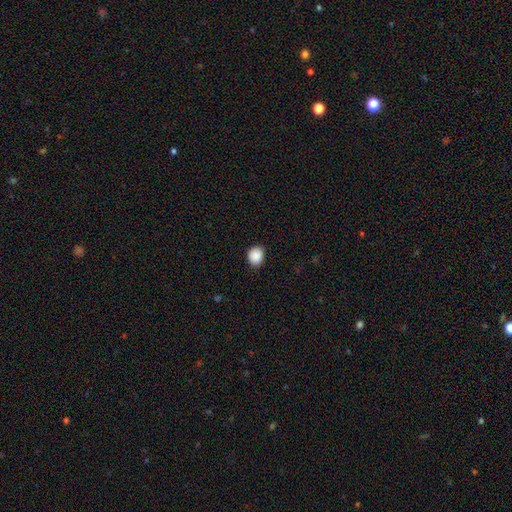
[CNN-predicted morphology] Smooth or featured? Predicted: smooth (p=0.89). How rounded? Predicted: round (p=0.57). Merging? Predicted: none (p=0.83).